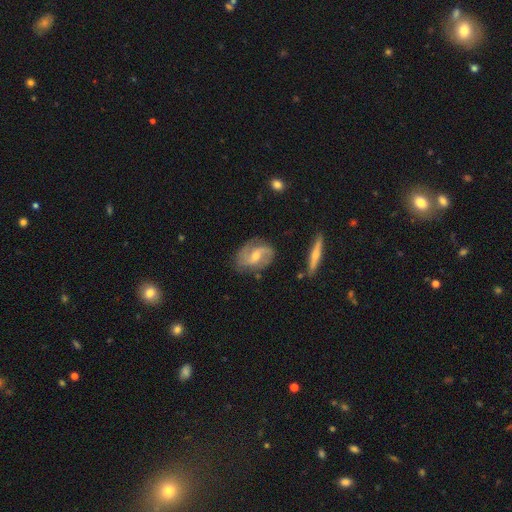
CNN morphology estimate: Smooth or featured: featured or disk — 83% (smooth — 11%)
Edge-on disk: no — 95% (yes — 5%)
Bar: weak — 46% (no — 33%)
Spiral arms: yes — 95% (no — 5%)
Spiral winding: medium — 45% (loose — 34%)
Spiral arm count: 2 — 86% (can't tell — 6%)
Bulge size: moderate — 57% (small — 39%)
Merging: none — 78% (minor disturbance — 16%)